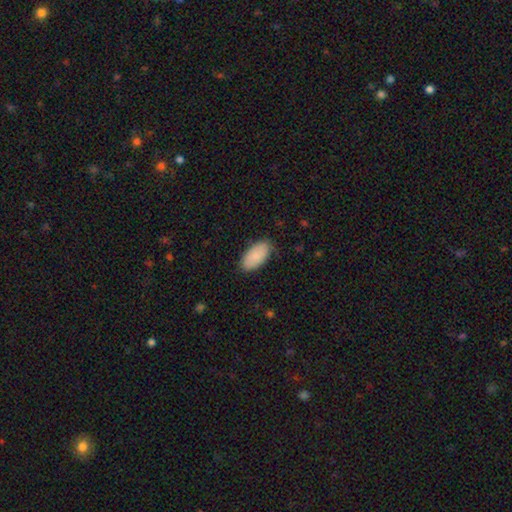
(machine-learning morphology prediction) This appears to be a smooth galaxy with no disk features (84%) that is in between round and cigar-shaped (95%). Merging: none (81%).